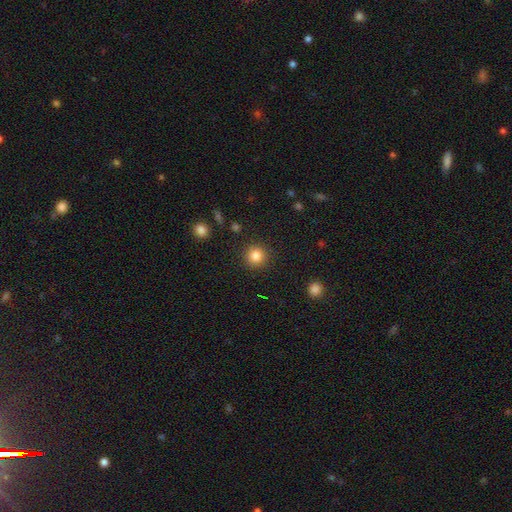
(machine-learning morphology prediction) A smooth galaxy with no disk features (84%) that is round (93%).

Vote fractions:
- Smooth or featured? smooth: 84% / star or artifact: 11% / featured or disk: 5%
- How rounded? round: 93% / in between: 6% / cigar-shaped: 1%
- Merging? none: 90% / minor disturbance: 6% / major disturbance: 2% / merger: 1%